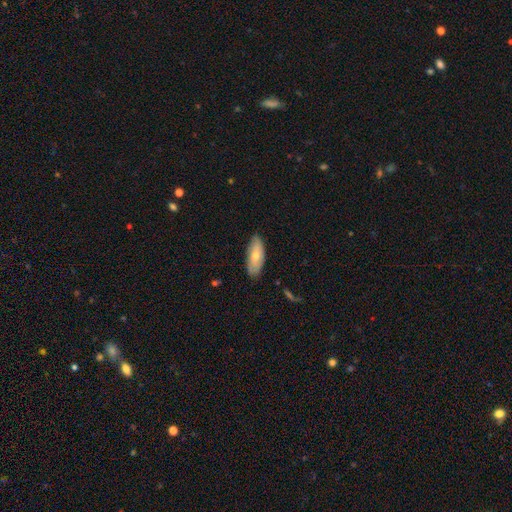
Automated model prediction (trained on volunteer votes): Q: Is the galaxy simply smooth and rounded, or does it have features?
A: smooth — 64%.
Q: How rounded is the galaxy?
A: in between — 83%.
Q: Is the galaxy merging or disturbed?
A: none — 80%.